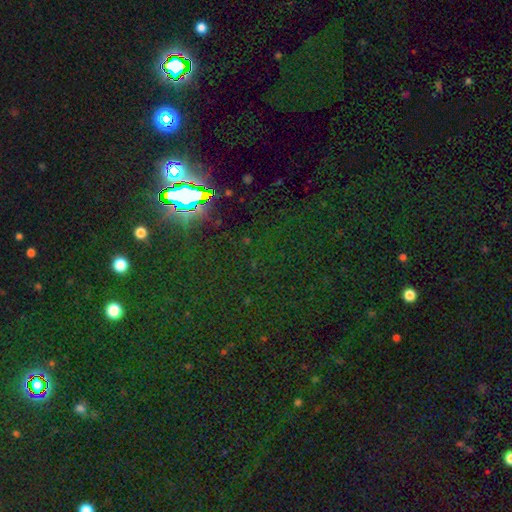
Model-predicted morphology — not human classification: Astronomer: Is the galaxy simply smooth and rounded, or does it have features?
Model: star or artifact — 80%.